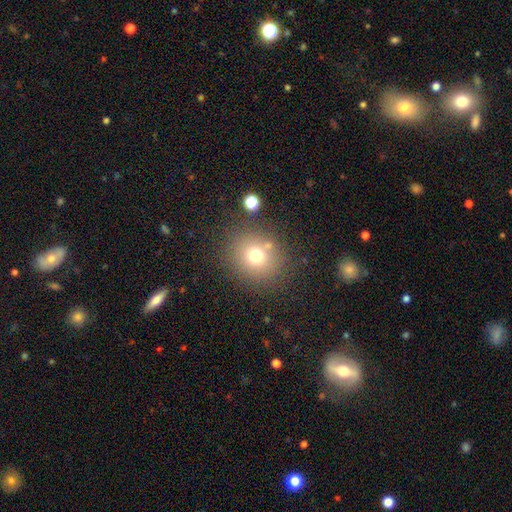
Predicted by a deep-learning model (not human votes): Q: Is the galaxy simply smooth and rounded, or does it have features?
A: smooth — 71%.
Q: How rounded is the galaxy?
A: round — 84%.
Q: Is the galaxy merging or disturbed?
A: none — 78%.